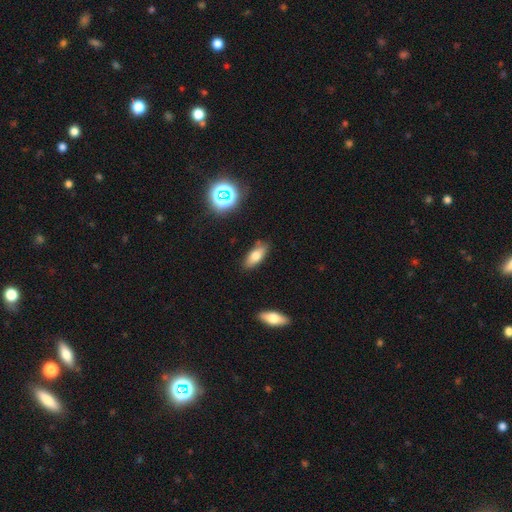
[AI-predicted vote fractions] The model was most divided on "smooth or featured": smooth: 72%, featured or disk: 18%, star or artifact: 10%. More confident: merging — none (83%); how rounded — in between (78%).